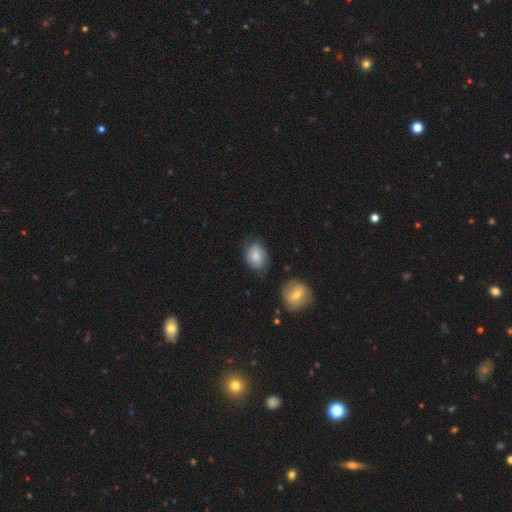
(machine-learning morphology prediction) A smooth galaxy with no disk features (79%) that is in between round and cigar-shaped (74%). Merging: none (66%).